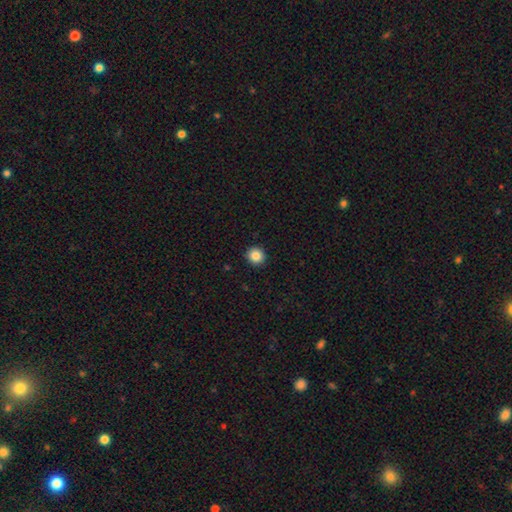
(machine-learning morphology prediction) This appears to be a smooth galaxy with no disk features (86%) that is round (92%). Merging: none (93%).